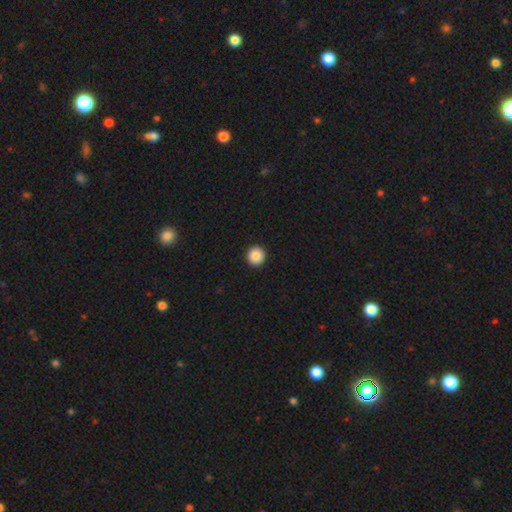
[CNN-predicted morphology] type=smooth (88%); roundness=round (96%); merging=none (94%).